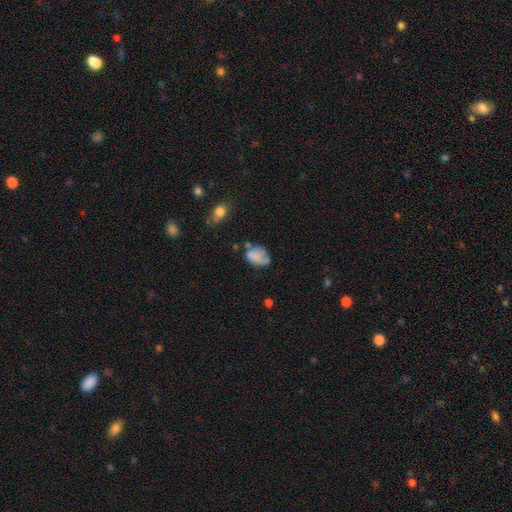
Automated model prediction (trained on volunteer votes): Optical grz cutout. It shows a smooth galaxy with no disk features (68%) that is in between round and cigar-shaped (72%). Merging: none (36%).